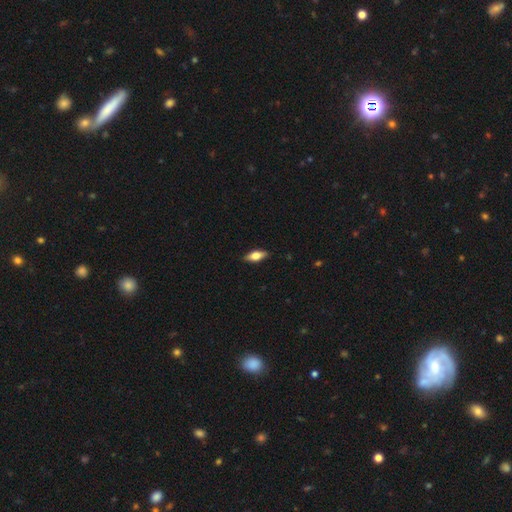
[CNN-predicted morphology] This appears to be a smooth galaxy with no disk features (59%) that is in between round and cigar-shaped (74%). Merging: none (88%).